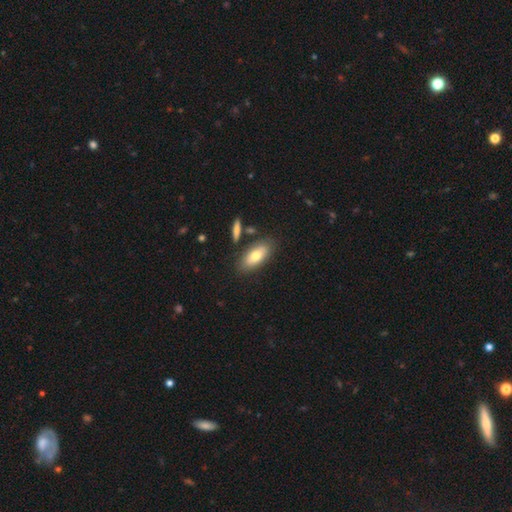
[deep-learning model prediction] Smooth or featured: smooth — 74% (featured or disk — 19%)
How rounded: in between — 85% (cigar-shaped — 12%)
Merging: none — 79% (minor disturbance — 12%)